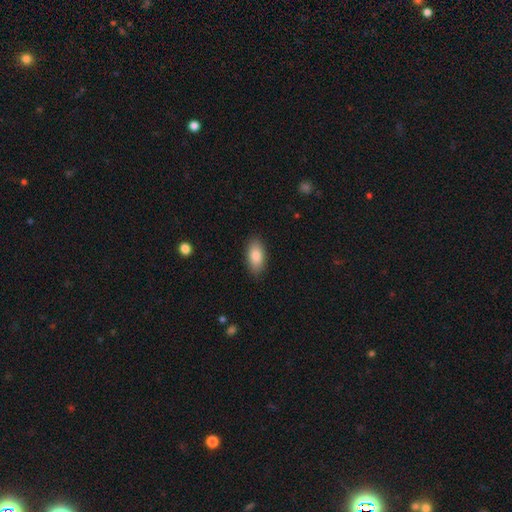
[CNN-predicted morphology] smooth 85%, featured or disk 8%, star or artifact 6%. Down the decision tree: how rounded — in between (92%); merging — none (87%).